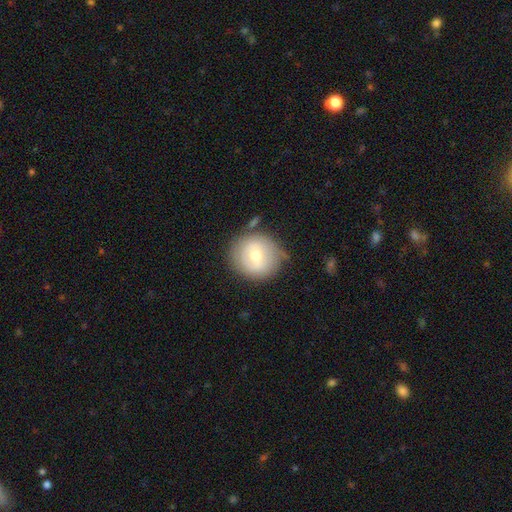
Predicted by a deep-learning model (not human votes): smooth-or-featured: smooth: 59% | featured or disk: 33% | star or artifact: 7%
  how-rounded: round: 89% | in between: 10% | cigar-shaped: 1%
  merging: none: 69% | minor disturbance: 20% | major disturbance: 7% | merger: 5%